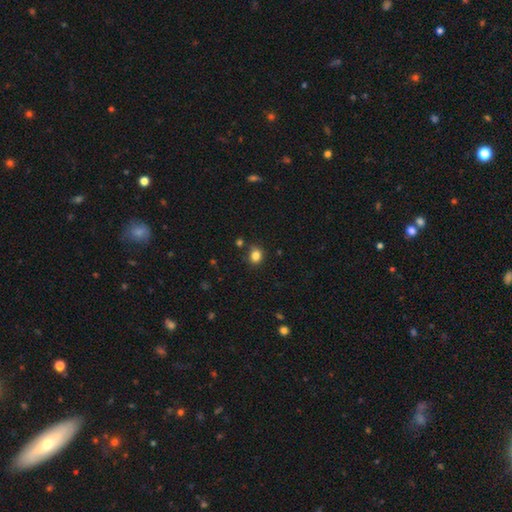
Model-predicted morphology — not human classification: Smooth or featured?
  - smooth: 83% *
  - star or artifact: 12%
  - featured or disk: 5%
How rounded?
  - round: 66% *
  - in between: 33%
  - cigar-shaped: 1%
Merging?
  - none: 81% *
  - minor disturbance: 12%
  - merger: 4%
  - major disturbance: 3%